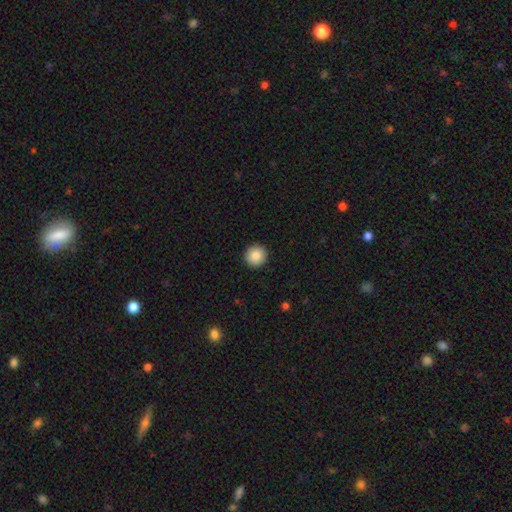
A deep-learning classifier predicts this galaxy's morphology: A smooth galaxy with no disk features (88%) that is round (94%). Merging: none (93%).